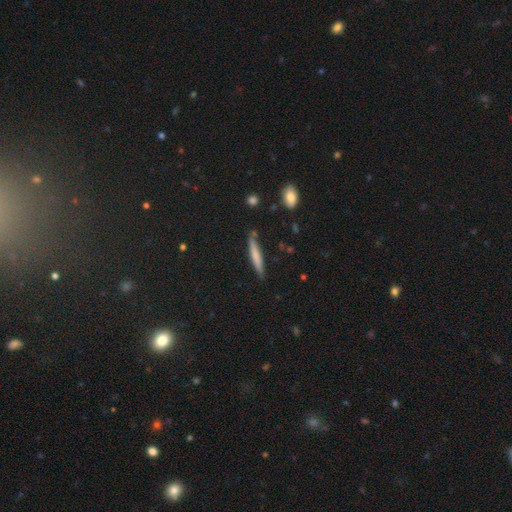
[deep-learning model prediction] Smooth or featured? Predicted: smooth (p=0.67). How rounded? Predicted: cigar-shaped (p=0.94). Merging? Predicted: none (p=0.84).